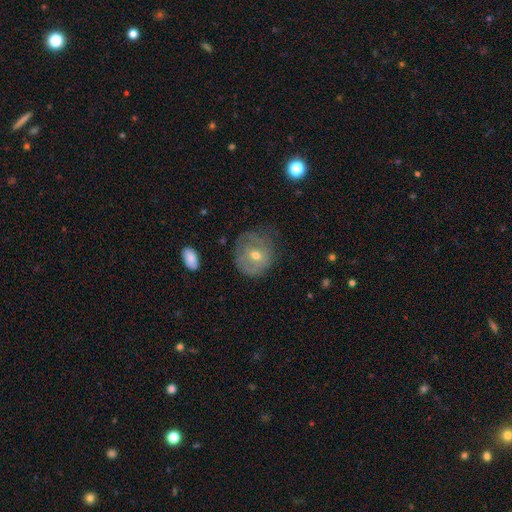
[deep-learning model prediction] A featured or disk galaxy (48%). Merging: none (54%).